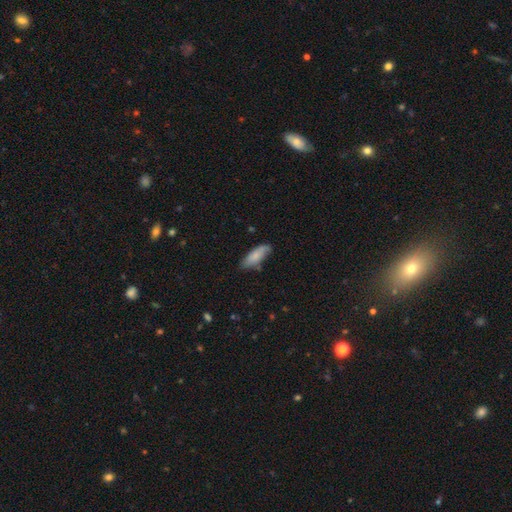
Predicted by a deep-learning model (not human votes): The model was most divided on "how rounded": in between: 69%, cigar-shaped: 29%, round: 2%. More confident: smooth or featured — smooth (78%); merging — none (68%).